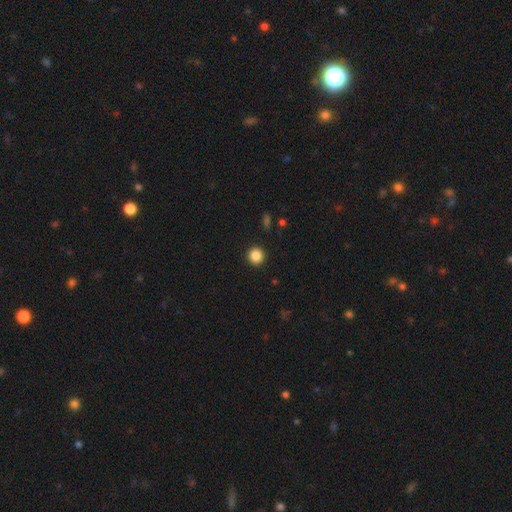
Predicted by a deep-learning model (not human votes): smooth 86%, star or artifact 10%, featured or disk 4%. Down the decision tree: how rounded — round (94%); merging — none (92%).